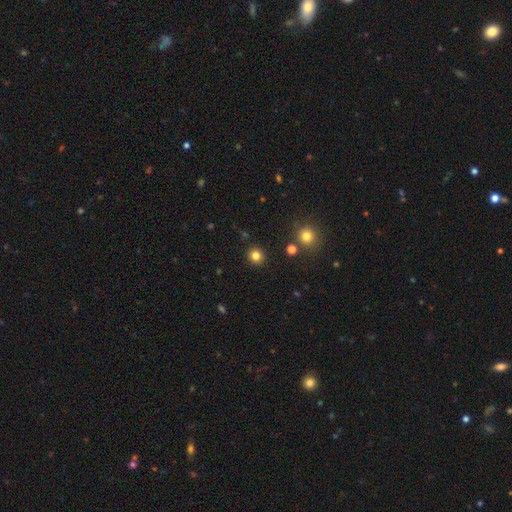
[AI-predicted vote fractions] Smooth or featured?
  - smooth: 82% *
  - star or artifact: 14%
  - featured or disk: 5%
How rounded?
  - round: 90% *
  - in between: 9%
  - cigar-shaped: 1%
Merging?
  - none: 90% *
  - minor disturbance: 6%
  - major disturbance: 2%
  - merger: 2%